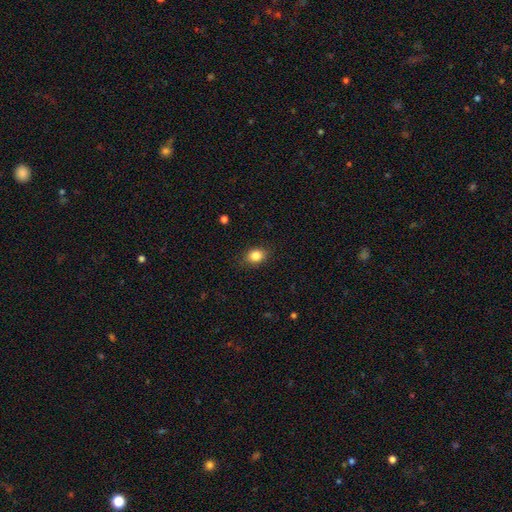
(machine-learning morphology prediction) A smooth galaxy with no disk features (84%) that is in between round and cigar-shaped (56%). Merging: none (86%).